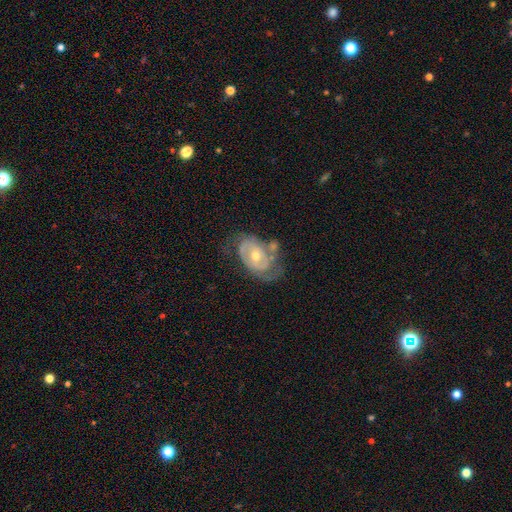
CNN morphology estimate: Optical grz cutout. It shows a featured or disk galaxy (73%) with no bar (71%), spiral arms (71%) and a moderate central bulge (61%). Merging: none (40%).